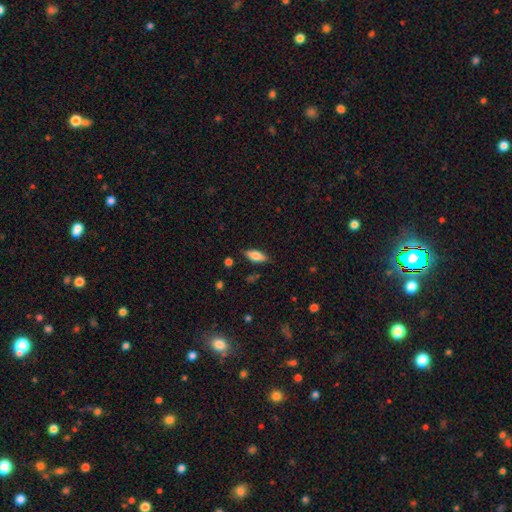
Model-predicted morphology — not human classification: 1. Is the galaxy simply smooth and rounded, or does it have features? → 77% smooth, 16% featured or disk, 7% star or artifact.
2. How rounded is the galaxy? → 79% in between, 18% cigar-shaped, 2% round.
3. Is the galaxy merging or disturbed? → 83% none, 13% minor disturbance, 3% major disturbance, 2% merger.